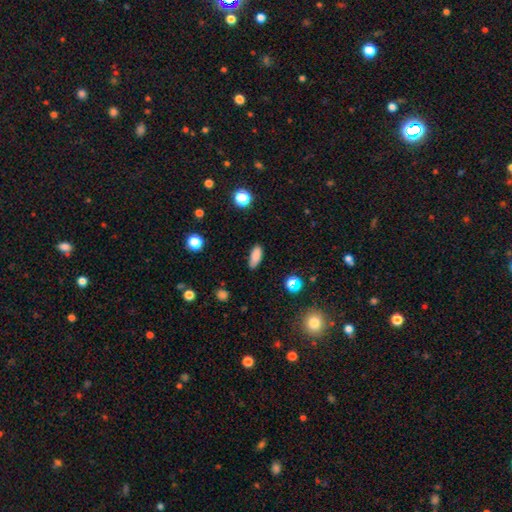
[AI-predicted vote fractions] This appears to be a smooth galaxy with no disk features (85%) that is in between round and cigar-shaped (80%). Merging: none (80%).